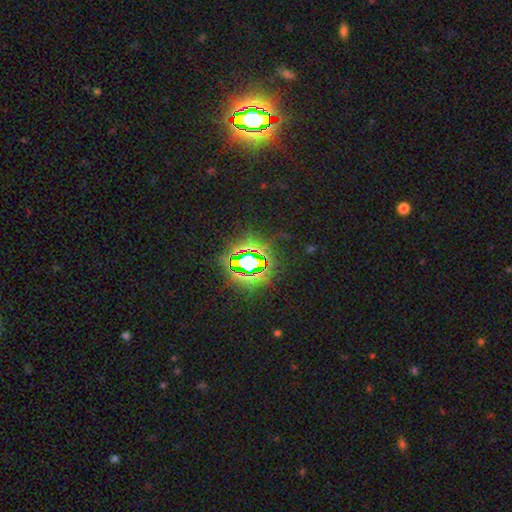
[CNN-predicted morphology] Smooth or featured: star or artifact — 79% (smooth — 12%)